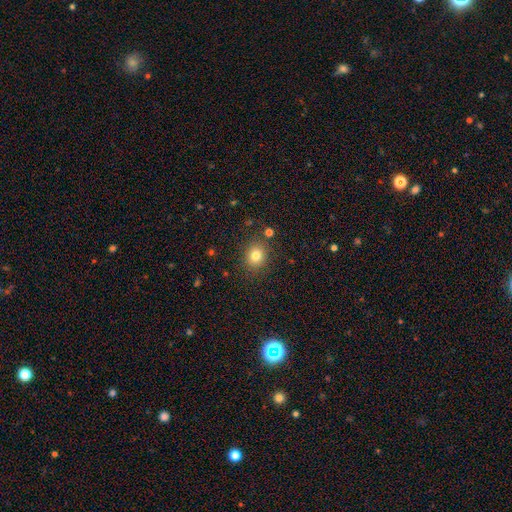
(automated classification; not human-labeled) smooth-or-featured: smooth: 79% | star or artifact: 13% | featured or disk: 8%
  how-rounded: round: 68% | in between: 31% | cigar-shaped: 1%
  merging: none: 84% | minor disturbance: 9% | major disturbance: 3% | merger: 3%